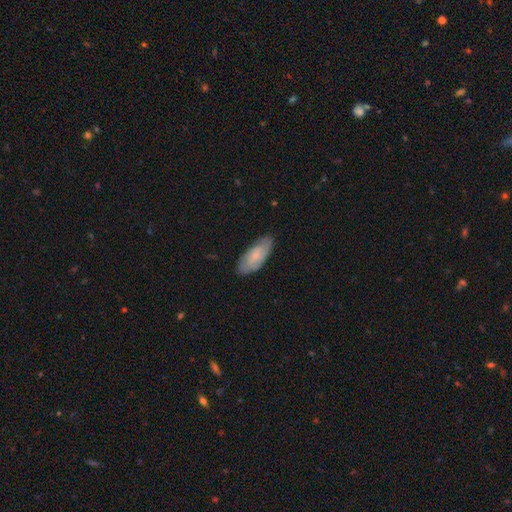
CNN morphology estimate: Smooth or featured: smooth — 48% (featured or disk — 46%)
Merging: none — 77% (minor disturbance — 19%)